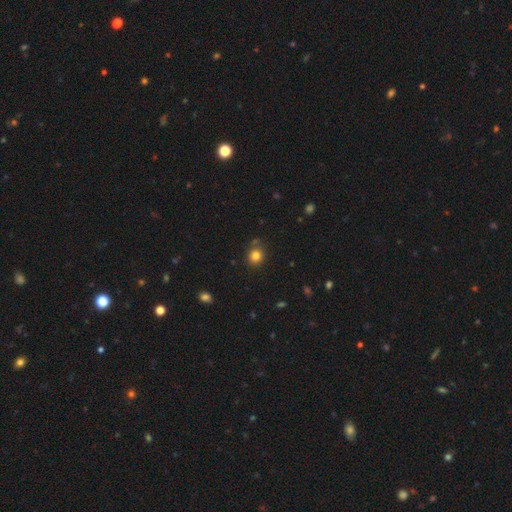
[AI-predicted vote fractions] This appears to be a smooth galaxy with no disk features (81%) that is round (83%). Merging: none (81%).